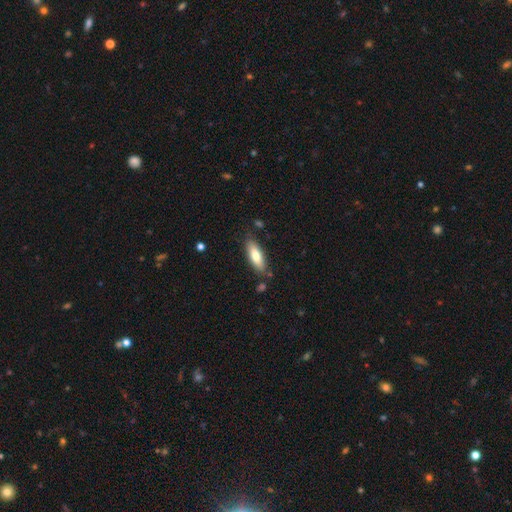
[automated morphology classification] smooth_or_featured: smooth (p=0.75) [alt: featured or disk p=0.19]
how_rounded: in between (p=0.60) [alt: cigar-shaped p=0.38]
merging: none (p=0.80) [alt: minor disturbance p=0.14]